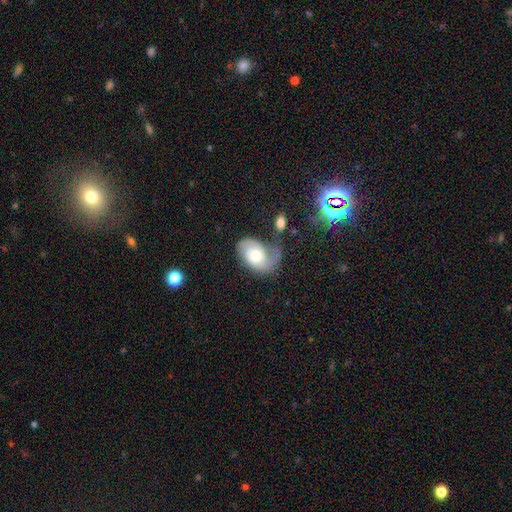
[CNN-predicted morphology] Smooth or featured: featured or disk — 59% (smooth — 34%)
Edge-on disk: no — 96% (yes — 4%)
Bar: no — 74% (weak — 22%)
Spiral arms: yes — 83% (no — 17%)
Bulge size: moderate — 66% (small — 16%)
Merging: none — 38% (minor disturbance — 25%)